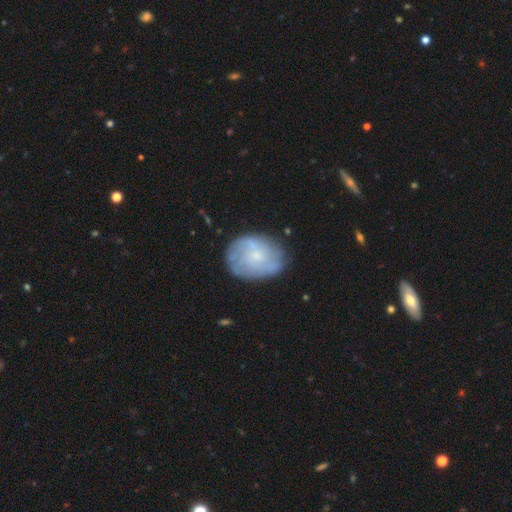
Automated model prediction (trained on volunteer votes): Smooth or featured: featured or disk — 51% (smooth — 42%)
Edge-on disk: no — 97% (yes — 3%)
Merging: none — 71% (minor disturbance — 20%)